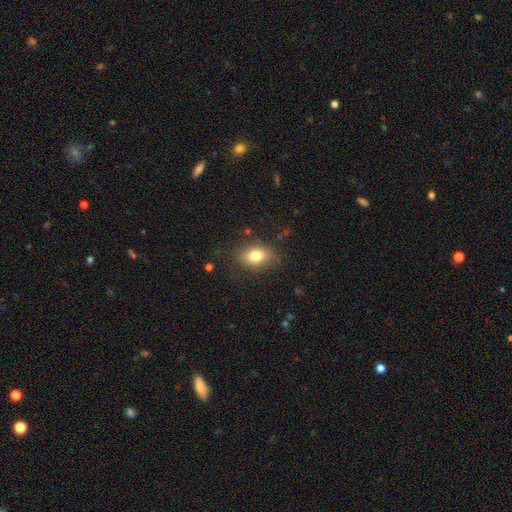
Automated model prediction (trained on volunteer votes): Smooth or featured?
  - smooth: 79% *
  - featured or disk: 12%
  - star or artifact: 10%
How rounded?
  - in between: 77% *
  - round: 22%
  - cigar-shaped: 1%
Merging?
  - none: 80% *
  - minor disturbance: 14%
  - major disturbance: 5%
  - merger: 1%